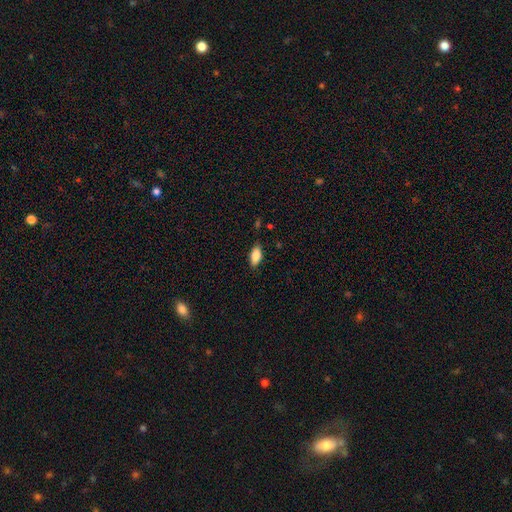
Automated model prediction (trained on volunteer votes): smooth_or_featured: smooth (p=0.83) [alt: featured or disk p=0.10]
how_rounded: in between (p=0.88) [alt: cigar-shaped p=0.09]
merging: none (p=0.83) [alt: minor disturbance p=0.13]